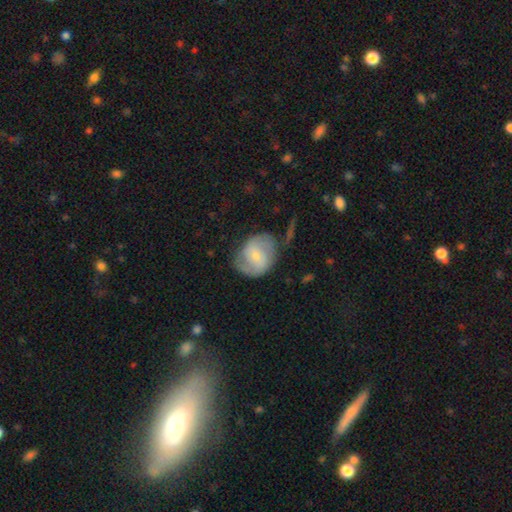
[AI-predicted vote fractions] This appears to be a featured or disk galaxy (61%) with a weak bar (45%), 2 (79%) medium (45%) spiral arms (84%) and a small central bulge (64%). Merging: none (62%).